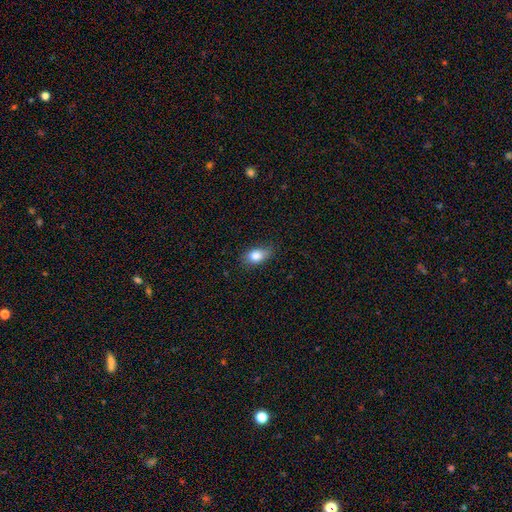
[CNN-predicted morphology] Smooth or featured? Predicted: smooth (p=0.84). How rounded? Predicted: in between (p=0.83). Merging? Predicted: none (p=0.74).